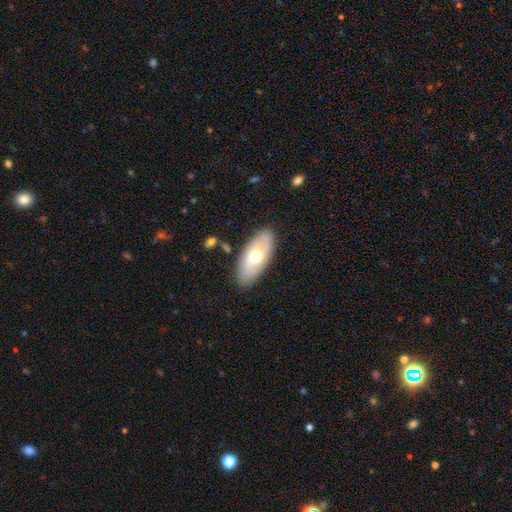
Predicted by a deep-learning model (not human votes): Smooth or featured? smooth (50%)
Merging? none (84%)